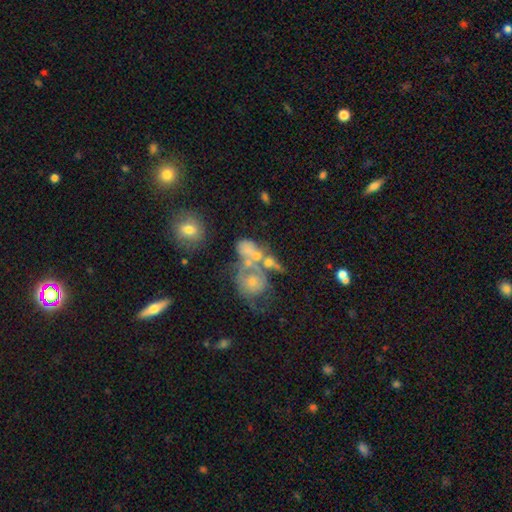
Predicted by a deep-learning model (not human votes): smooth_or_featured: featured or disk (p=0.34) [alt: star or artifact p=0.33]
merging: none (p=0.40) [alt: merger p=0.37]